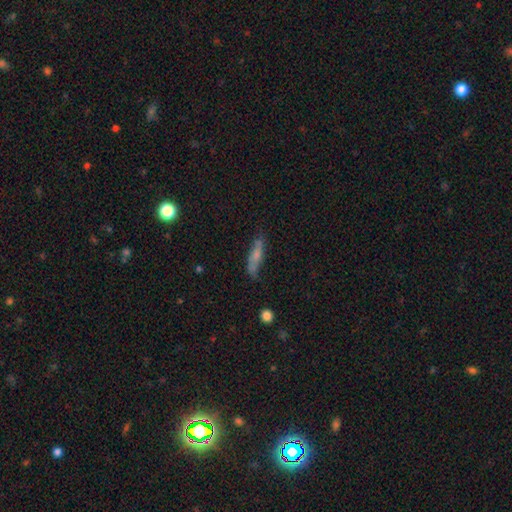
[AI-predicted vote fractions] This is possibly a smooth galaxy (55%). How rounded: likely cigar-shaped (73%). Merging: likely none (61%).